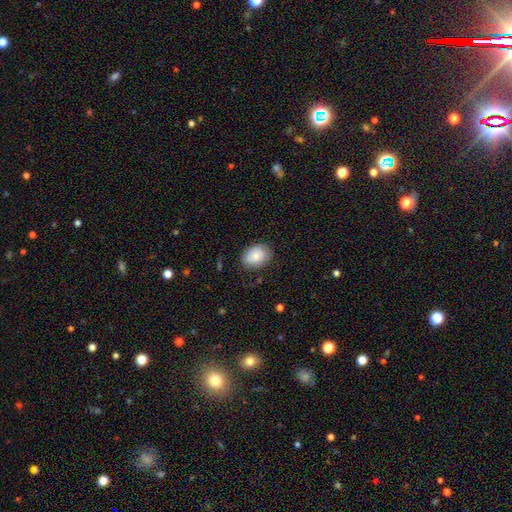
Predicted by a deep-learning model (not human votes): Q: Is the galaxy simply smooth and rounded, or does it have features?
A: smooth — 77%.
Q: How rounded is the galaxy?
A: in between — 71%.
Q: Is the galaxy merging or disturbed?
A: none — 78%.